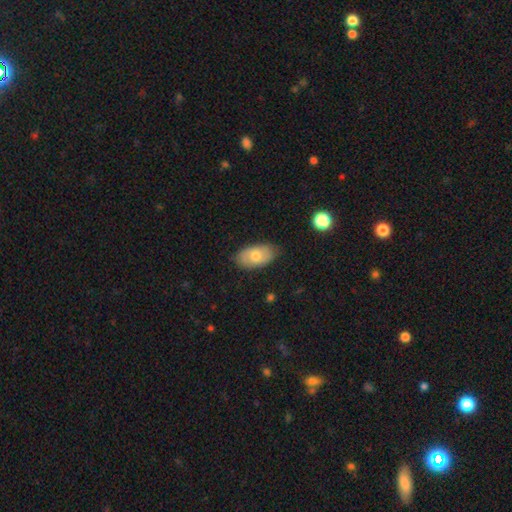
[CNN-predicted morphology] Smooth or featured? Predicted: smooth (p=0.69). How rounded? Predicted: in between (p=0.93). Merging? Predicted: none (p=0.80).